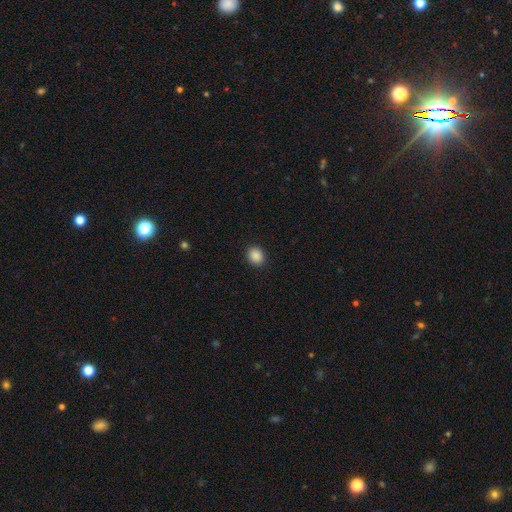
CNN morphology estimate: Q: Smooth or featured?
A: smooth (89%); runner-up: star or artifact (9%)
Q: How rounded?
A: round (67%); runner-up: in between (32%)
Q: Merging?
A: none (91%); runner-up: minor disturbance (6%)